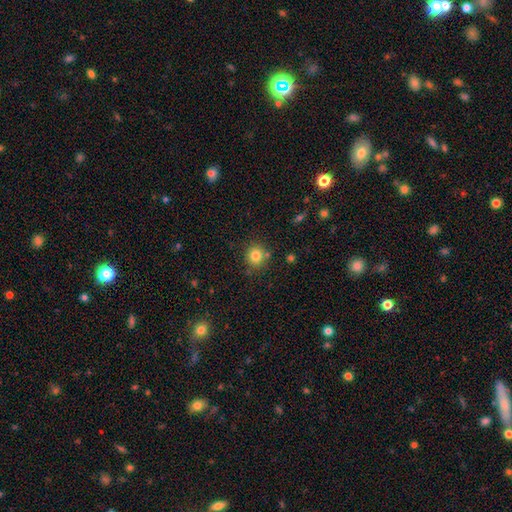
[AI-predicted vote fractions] Overall: smooth (82%). How rounded: round (87%). Merging: none (81%).